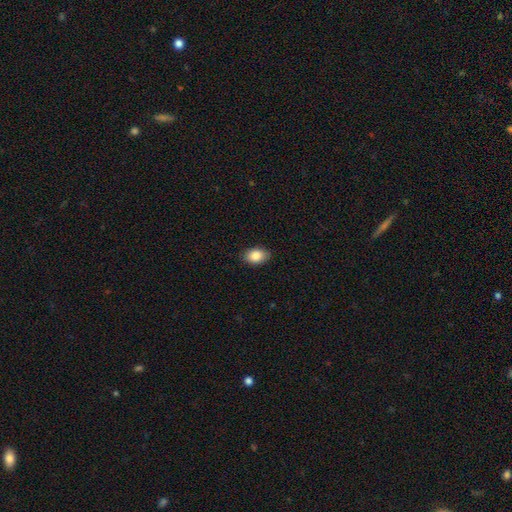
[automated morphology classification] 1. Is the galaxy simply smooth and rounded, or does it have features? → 86% smooth, 8% star or artifact, 7% featured or disk.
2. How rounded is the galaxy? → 86% in between, 13% round, 1% cigar-shaped.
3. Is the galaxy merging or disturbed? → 88% none, 10% minor disturbance, 2% major disturbance, 1% merger.